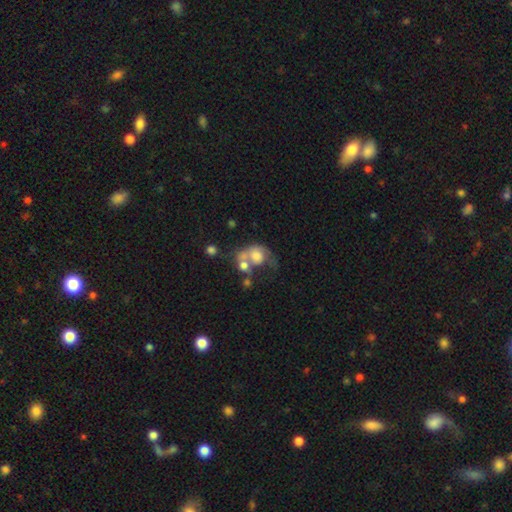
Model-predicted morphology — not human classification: Overall: smooth (52%; featured or disk 38%). How rounded: in between (51%; round 48%). Merging: merger (44%; major disturbance 28%).